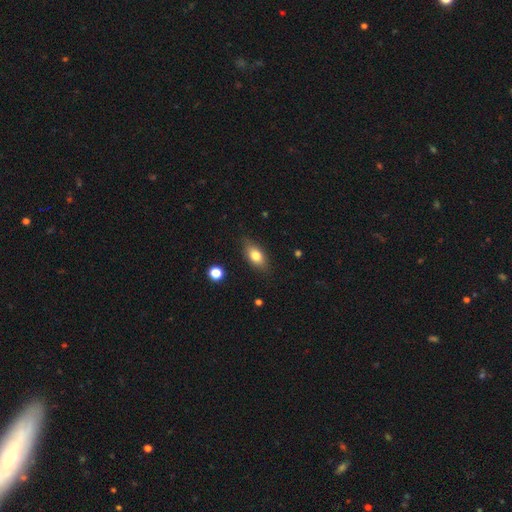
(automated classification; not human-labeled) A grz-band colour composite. It shows a smooth galaxy with no disk features (78%) that is in between round and cigar-shaped (84%). Merging: none (82%).